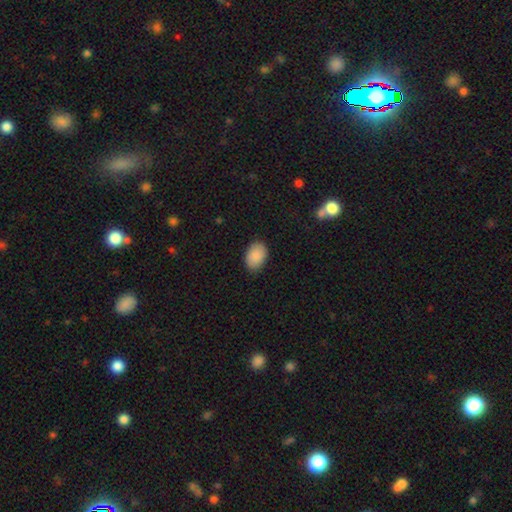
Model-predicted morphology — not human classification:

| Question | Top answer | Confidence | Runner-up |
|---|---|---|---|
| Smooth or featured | smooth | 89% | star or artifact (7%) |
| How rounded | in between | 86% | round (13%) |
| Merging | none | 85% | minor disturbance (12%) |